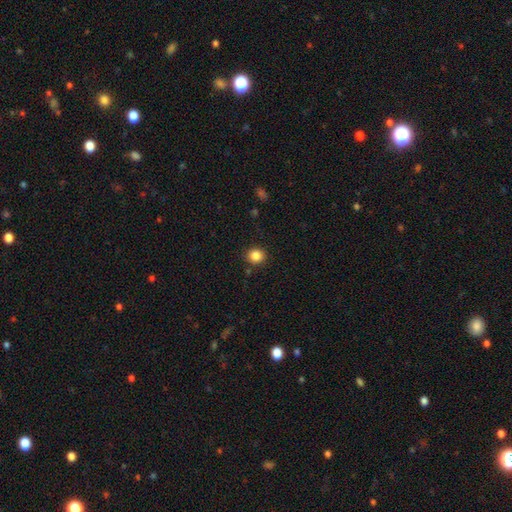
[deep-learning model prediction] Smooth or featured? Predicted: smooth (p=0.86). How rounded? Predicted: round (p=0.83). Merging? Predicted: none (p=0.89).